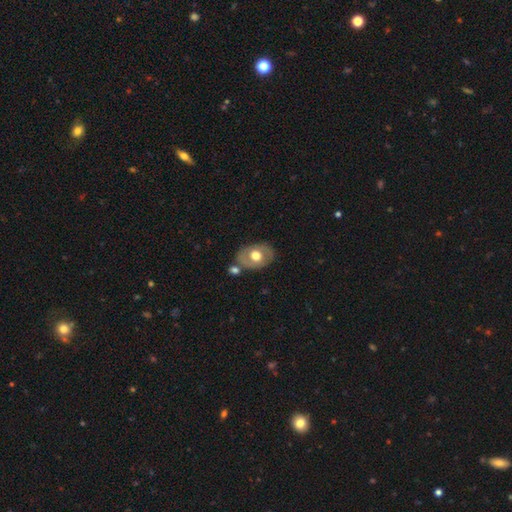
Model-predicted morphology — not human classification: Smooth or featured? smooth (49%)
Merging? none (71%)